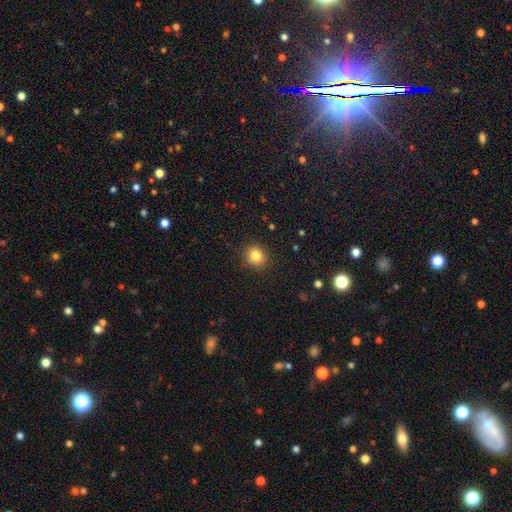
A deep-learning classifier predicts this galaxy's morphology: A smooth galaxy with no disk features (83%) that is round (83%).

Vote fractions:
- Smooth or featured? smooth: 83% / star or artifact: 11% / featured or disk: 6%
- How rounded? round: 83% / in between: 16% / cigar-shaped: 1%
- Merging? none: 89% / minor disturbance: 7% / major disturbance: 2% / merger: 1%